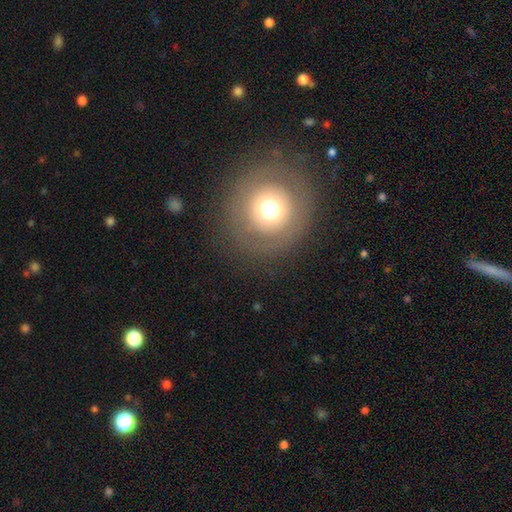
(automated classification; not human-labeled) Overall: smooth (55%; featured or disk 25%). How rounded: round (89%). Merging: none (87%).